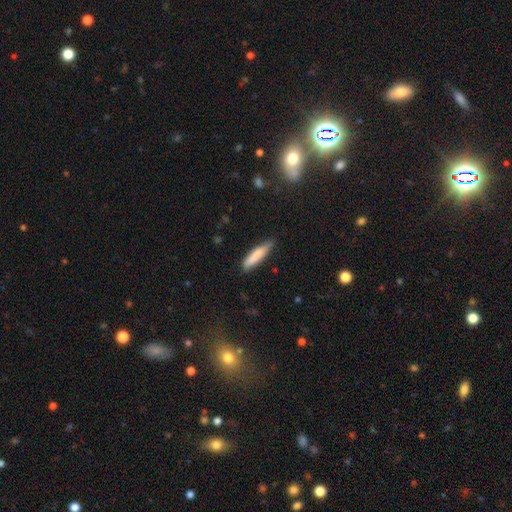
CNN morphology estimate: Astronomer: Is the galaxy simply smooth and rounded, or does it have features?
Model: smooth — 80%.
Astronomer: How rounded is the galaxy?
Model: cigar-shaped — 81%.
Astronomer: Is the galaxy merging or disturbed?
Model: none — 73%.